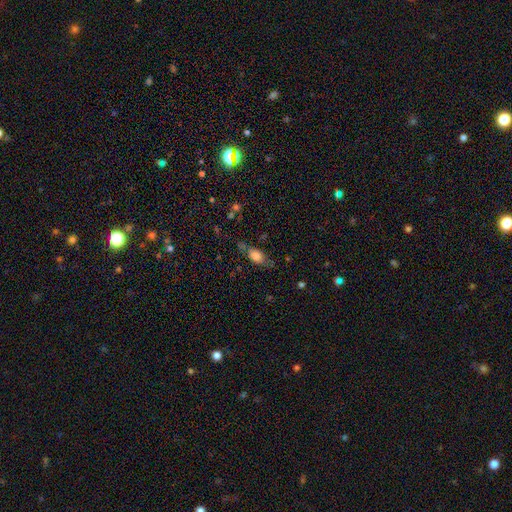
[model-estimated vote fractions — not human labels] This is likely a smooth galaxy (74%). How rounded: likely in between (79%). Merging: possibly none (54%).